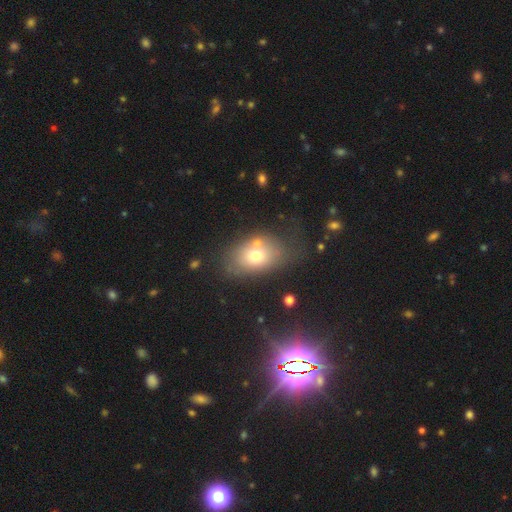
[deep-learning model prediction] smooth-or-featured: smooth: 68% | featured or disk: 21% | star or artifact: 11%
  how-rounded: in between: 81% | round: 18% | cigar-shaped: 1%
  merging: none: 52% | minor disturbance: 22% | merger: 14% | major disturbance: 12%